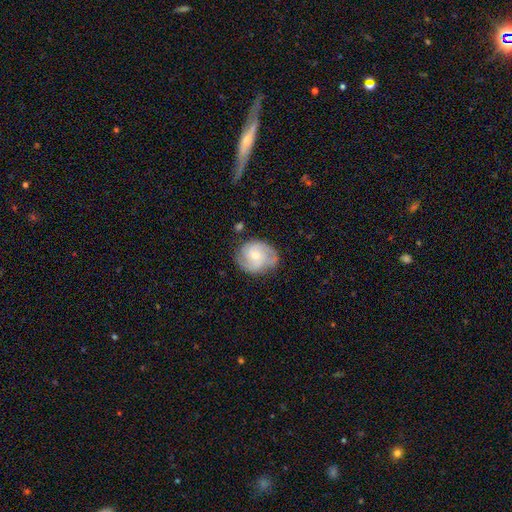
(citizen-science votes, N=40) smooth-or-featured: featured or disk: 72% | smooth: 25% | star or artifact: 2%
  disk-edge-on: no: 100% | yes: 0%
    bar: no: 55% | weak: 34% | strong: 10%
    has-spiral-arms: yes: 93% | no: 7%
      spiral-winding: medium: 44% | tight: 41% | loose: 15%
      spiral-arm-count: 2: 59% | 3: 26% | can't tell: 11% | 4: 4% | 1: 0% | more than 4: 0%
    bulge-size: small: 55% | moderate: 41% | large: 3% | dominant: 0% | none: 0%
  merging: none: 77% | minor disturbance: 18% | major disturbance: 5% | merger: 0%